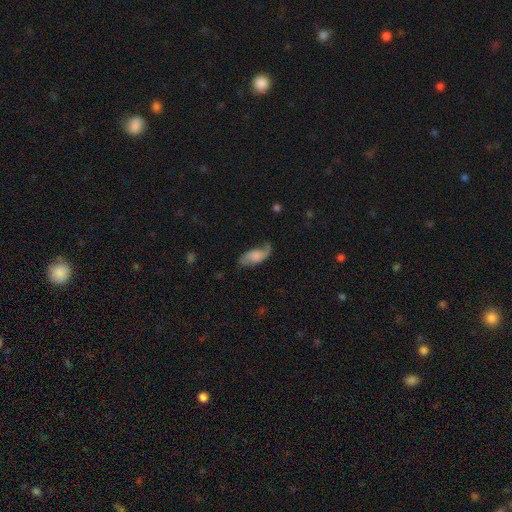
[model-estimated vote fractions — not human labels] This appears to be a featured or disk galaxy (59%) with no bar (63%), spiral arms (91%) and no central bulge (36%). Merging: none (61%).